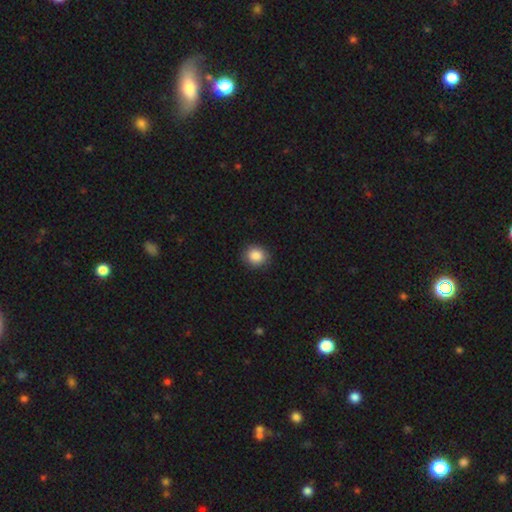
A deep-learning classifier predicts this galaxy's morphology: type=smooth (87%); roundness=round (77%); merging=none (88%).